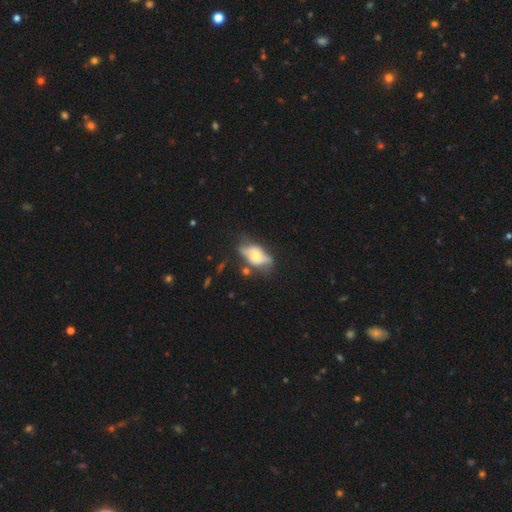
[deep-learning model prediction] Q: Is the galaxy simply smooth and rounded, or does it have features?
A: smooth — 49%.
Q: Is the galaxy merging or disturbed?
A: none — 51%.